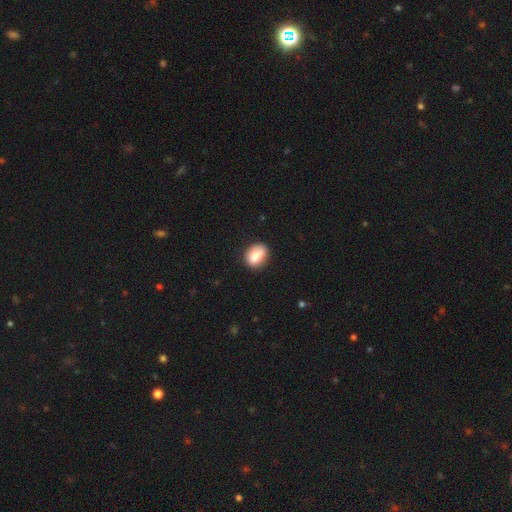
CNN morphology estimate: Q: Smooth or featured?
A: smooth (80%); runner-up: featured or disk (12%)
Q: How rounded?
A: in between (65%); runner-up: round (33%)
Q: Merging?
A: none (74%); runner-up: minor disturbance (18%)